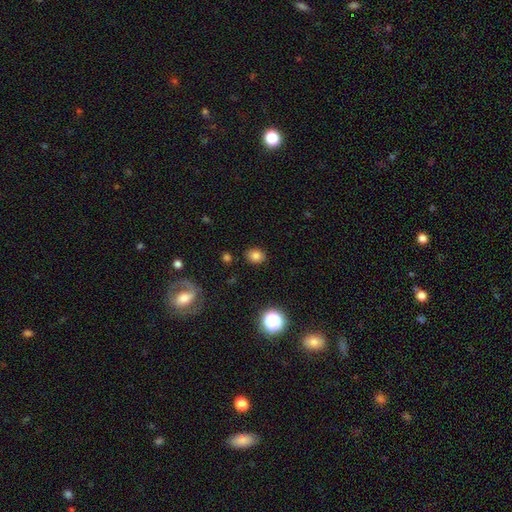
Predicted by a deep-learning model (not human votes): Overall: smooth (80%). How rounded: round (54%; in between 45%). Merging: none (87%).